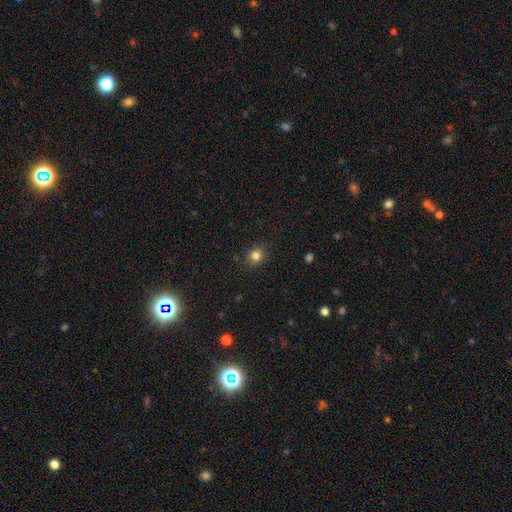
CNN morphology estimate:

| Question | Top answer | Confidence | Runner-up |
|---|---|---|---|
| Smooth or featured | smooth | 82% | star or artifact (13%) |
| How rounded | round | 82% | in between (18%) |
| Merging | none | 90% | minor disturbance (7%) |